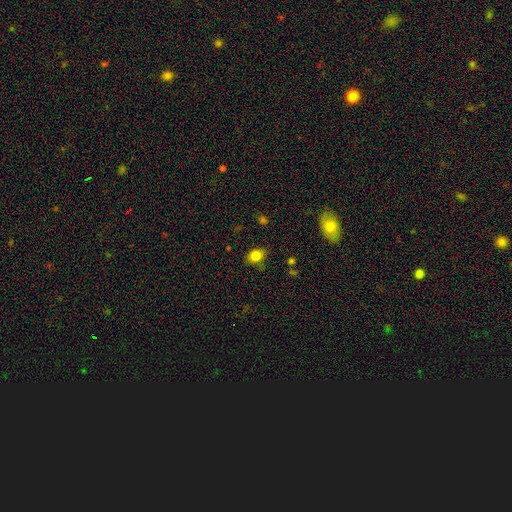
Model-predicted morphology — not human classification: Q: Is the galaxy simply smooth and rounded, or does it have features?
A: smooth — 82%.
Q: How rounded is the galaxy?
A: in between — 66%.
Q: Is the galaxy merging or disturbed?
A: none — 77%.